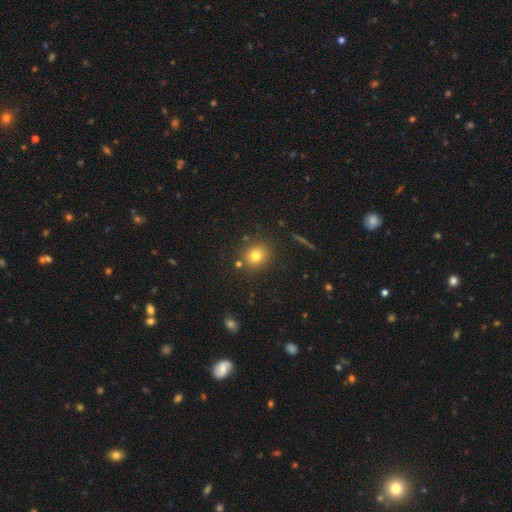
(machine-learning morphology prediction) Smooth or featured: smooth — 77% (star or artifact — 14%)
How rounded: round — 84% (in between — 15%)
Merging: none — 83% (minor disturbance — 9%)